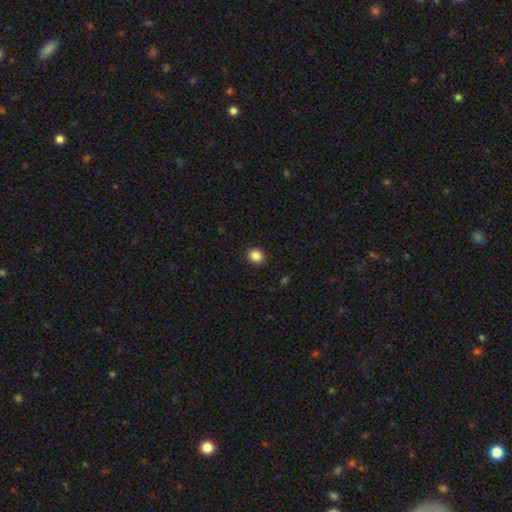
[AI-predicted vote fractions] A smooth galaxy with no disk features (87%) that is round (65%).

Vote fractions:
- Smooth or featured? smooth: 87% / star or artifact: 10% / featured or disk: 3%
- How rounded? round: 65% / in between: 34% / cigar-shaped: 1%
- Merging? none: 92% / minor disturbance: 5% / major disturbance: 2% / merger: 1%